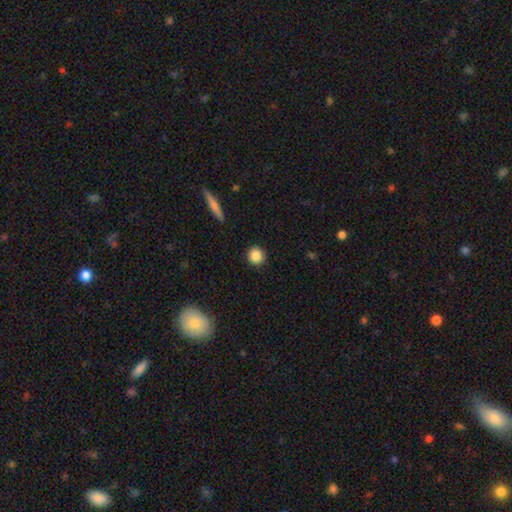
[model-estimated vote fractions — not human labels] Morphology: type=smooth (87%); roundness=round (92%); merging=none (90%).